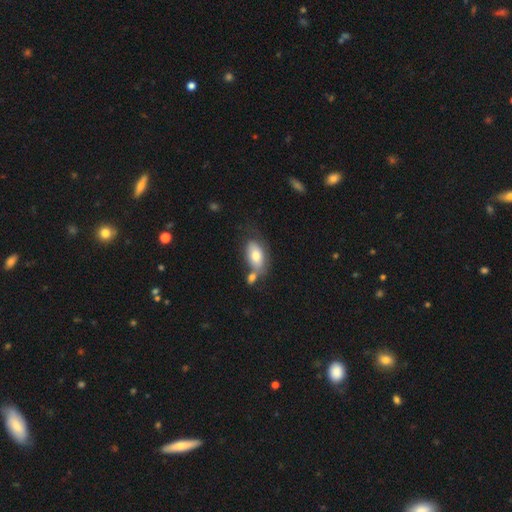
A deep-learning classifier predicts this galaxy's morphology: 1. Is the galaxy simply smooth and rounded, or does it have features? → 75% smooth, 19% featured or disk, 7% star or artifact.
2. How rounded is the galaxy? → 91% in between, 6% round, 3% cigar-shaped.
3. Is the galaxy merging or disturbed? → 41% none, 32% merger, 19% minor disturbance, 8% major disturbance.